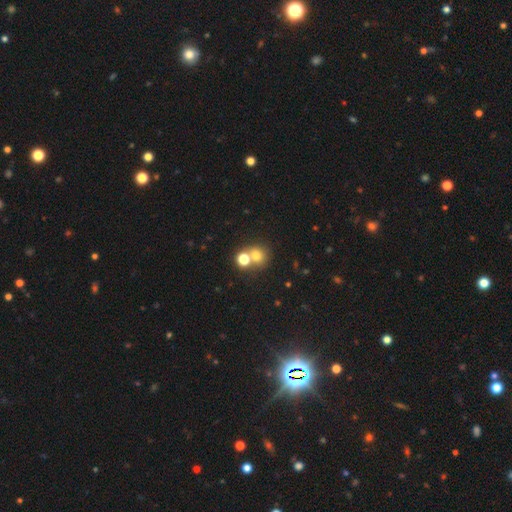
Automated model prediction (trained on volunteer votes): Smooth or featured? smooth (72%)
How rounded? round (84%)
Merging? none (53%)